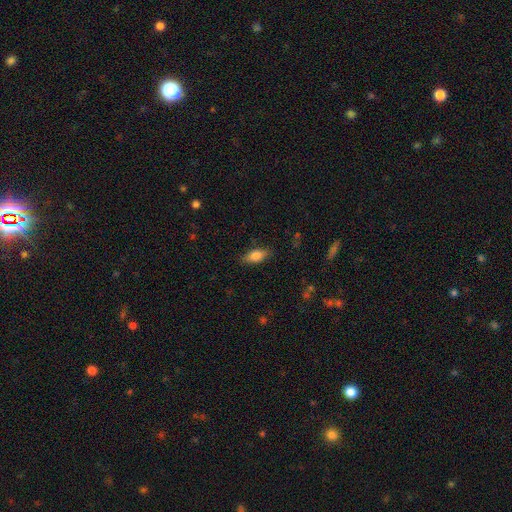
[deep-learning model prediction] Smooth or featured? Predicted: smooth (p=0.80). How rounded? Predicted: in between (p=0.84). Merging? Predicted: none (p=0.84).